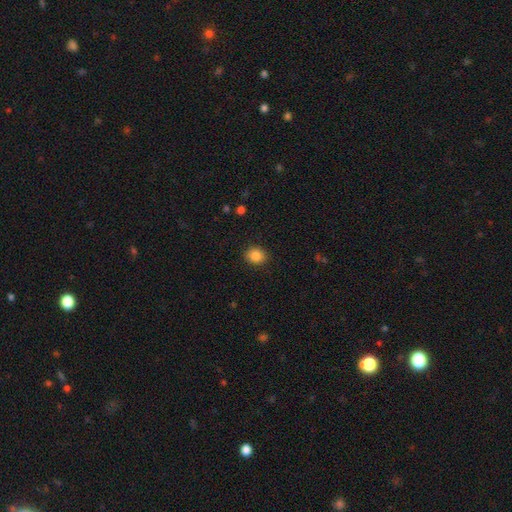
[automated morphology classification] Overall: smooth (86%). How rounded: round (68%; in between 31%). Merging: none (89%).